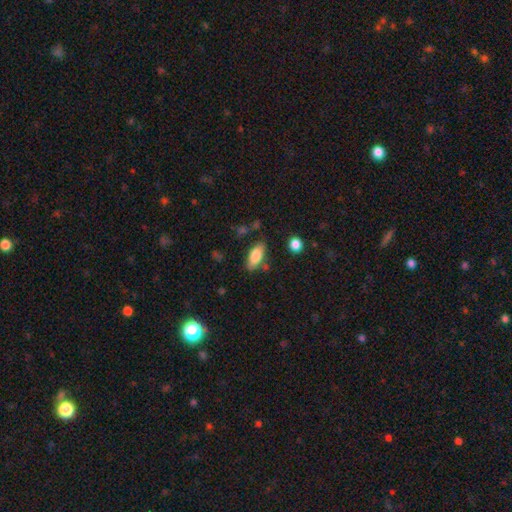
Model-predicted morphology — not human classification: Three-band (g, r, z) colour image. It shows a smooth galaxy with no disk features (80%) that is in between round and cigar-shaped (83%). Merging: none (75%).